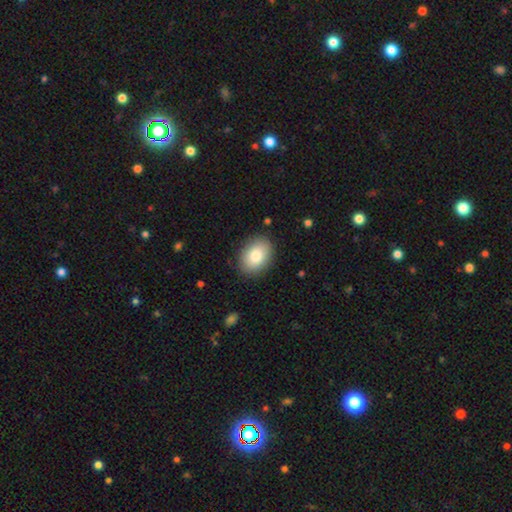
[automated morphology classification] This appears to be a smooth galaxy with no disk features (83%) that is in between round and cigar-shaped (80%). Merging: none (87%).